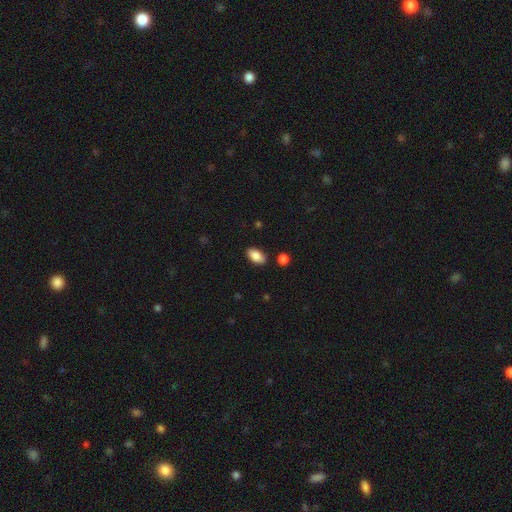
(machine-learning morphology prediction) Smooth or featured: smooth — 86% (star or artifact — 7%)
How rounded: in between — 92% (round — 4%)
Merging: none — 85% (minor disturbance — 10%)